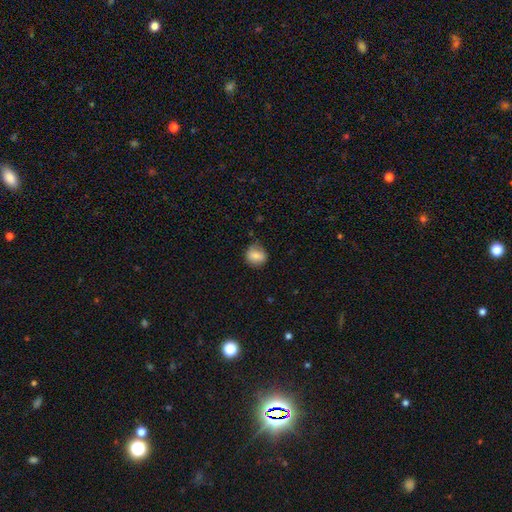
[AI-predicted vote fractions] Smooth or featured? Predicted: smooth (p=0.81). How rounded? Predicted: round (p=0.80). Merging? Predicted: none (p=0.75).